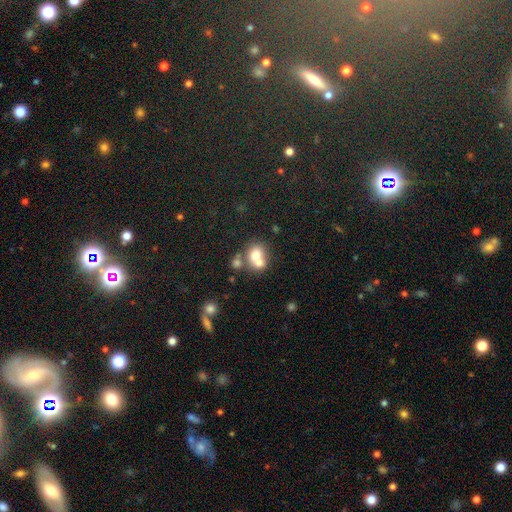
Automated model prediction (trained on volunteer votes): A smooth galaxy with no disk features (68%) that is round (64%). Merging: merger (59%).